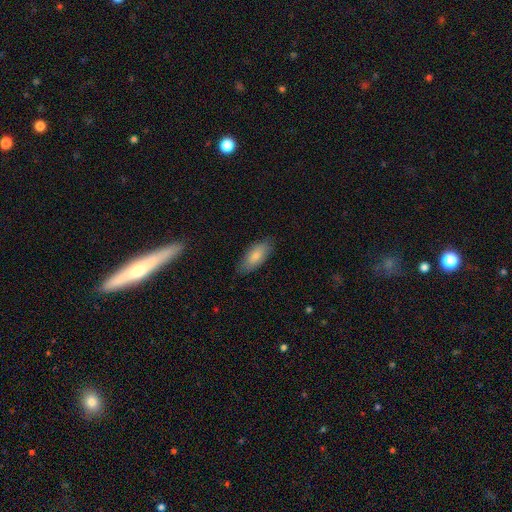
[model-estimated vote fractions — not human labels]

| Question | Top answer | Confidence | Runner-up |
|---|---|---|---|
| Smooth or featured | smooth | 82% | featured or disk (13%) |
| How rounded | in between | 83% | cigar-shaped (15%) |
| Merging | none | 83% | minor disturbance (14%) |